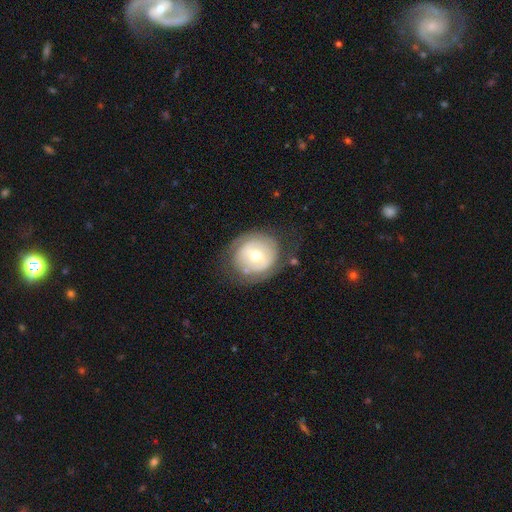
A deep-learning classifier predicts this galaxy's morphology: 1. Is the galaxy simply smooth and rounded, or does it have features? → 55% featured or disk, 38% smooth, 7% star or artifact.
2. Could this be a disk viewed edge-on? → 96% no, 4% yes.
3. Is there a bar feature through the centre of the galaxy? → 50% no, 36% weak, 14% strong.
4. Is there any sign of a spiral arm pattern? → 52% no, 48% yes.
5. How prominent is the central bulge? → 61% moderate, 33% small, 4% large, 1% dominant, 1% none.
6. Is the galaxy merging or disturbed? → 68% none, 19% minor disturbance, 11% major disturbance, 2% merger.